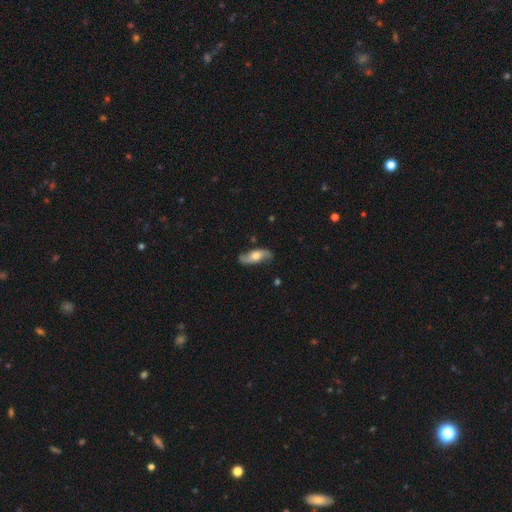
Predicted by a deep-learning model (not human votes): A featured or disk galaxy (62%).

Vote fractions:
- Smooth or featured? featured or disk: 62% / smooth: 32% / star or artifact: 6%
- Edge-on disk? no: 80% / yes: 20%
- Merging? none: 78% / minor disturbance: 16% / major disturbance: 4% / merger: 2%